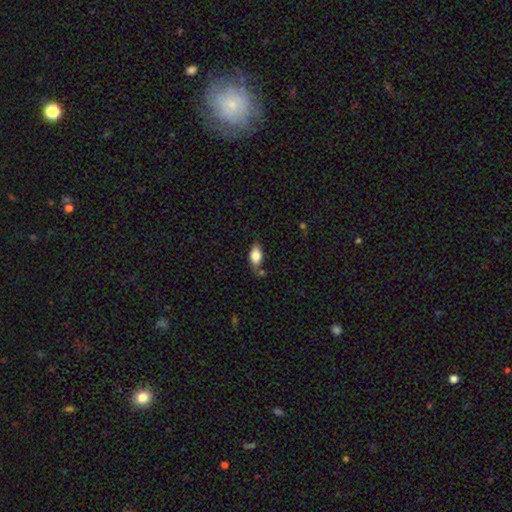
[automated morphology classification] Smooth or featured: smooth — 78% (featured or disk — 15%)
How rounded: in between — 88% (cigar-shaped — 7%)
Merging: none — 67% (minor disturbance — 21%)